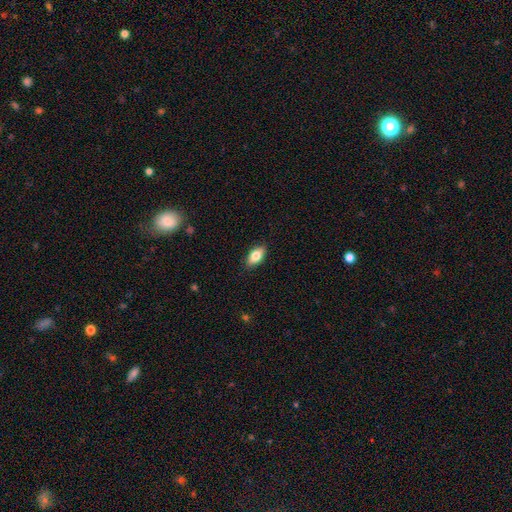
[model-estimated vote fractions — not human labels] This appears to be a smooth galaxy with no disk features (76%) that is in between round and cigar-shaped (88%). Merging: none (88%).